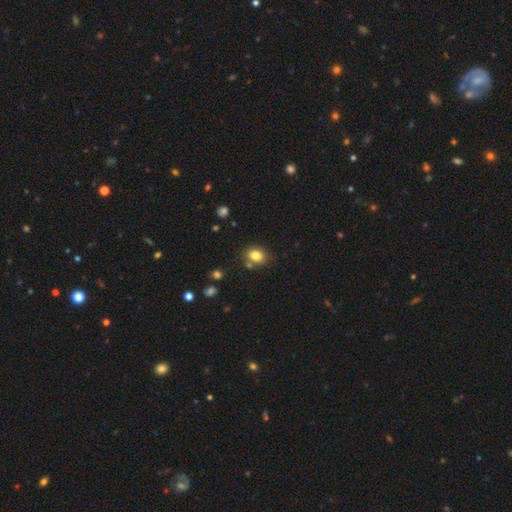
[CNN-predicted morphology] type=smooth (81%); roundness=in between (56%); merging=none (73%).